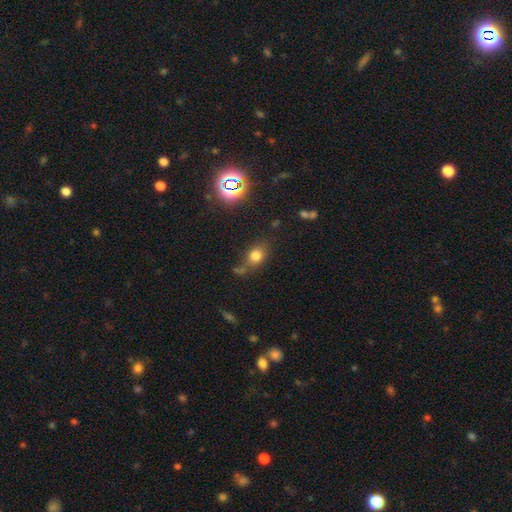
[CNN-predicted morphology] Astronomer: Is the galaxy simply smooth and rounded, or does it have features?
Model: smooth — 74%.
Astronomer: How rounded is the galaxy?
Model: in between — 50% (runner-up: round, 48%).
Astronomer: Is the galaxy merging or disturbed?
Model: none — 64%.